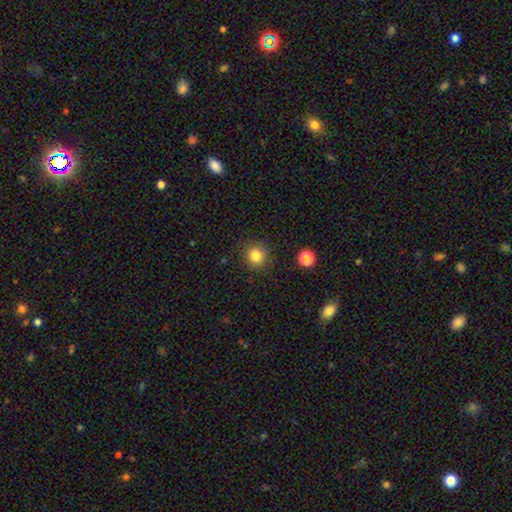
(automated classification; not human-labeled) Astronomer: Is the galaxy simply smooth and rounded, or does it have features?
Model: smooth — 83%.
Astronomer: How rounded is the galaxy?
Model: round — 91%.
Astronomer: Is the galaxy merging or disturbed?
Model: none — 88%.